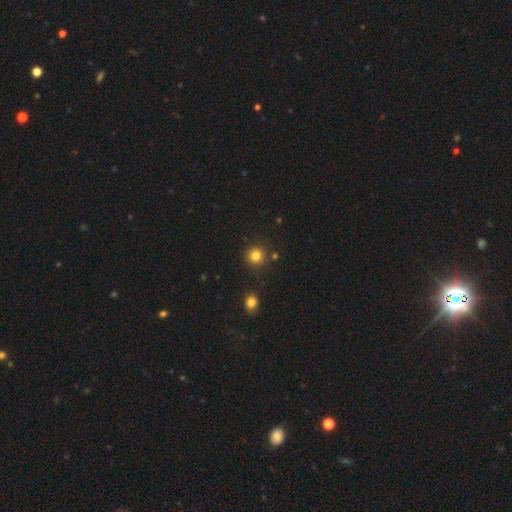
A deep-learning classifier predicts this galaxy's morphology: This appears to be a smooth galaxy with no disk features (83%) that is round (93%). Merging: none (88%).